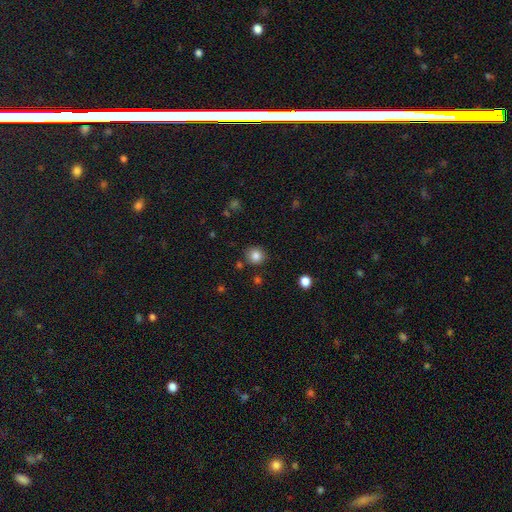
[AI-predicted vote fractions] Q: Smooth or featured?
A: smooth (84%); runner-up: star or artifact (11%)
Q: How rounded?
A: round (87%); runner-up: in between (12%)
Q: Merging?
A: none (85%); runner-up: minor disturbance (9%)